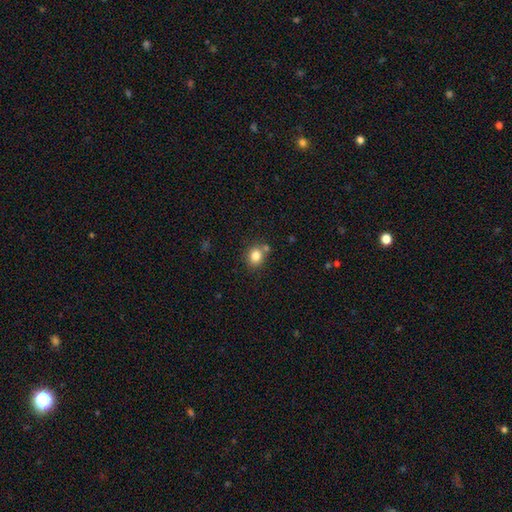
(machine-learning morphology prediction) Smooth or featured: smooth — 82% (star or artifact — 11%)
How rounded: round — 69% (in between — 31%)
Merging: none — 68% (merger — 17%)